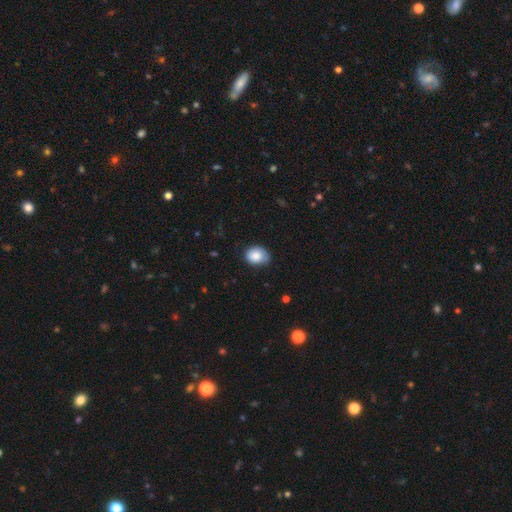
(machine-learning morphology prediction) smooth 86%, star or artifact 8%, featured or disk 6%. Down the decision tree: how rounded — round (50%); merging — none (66%).